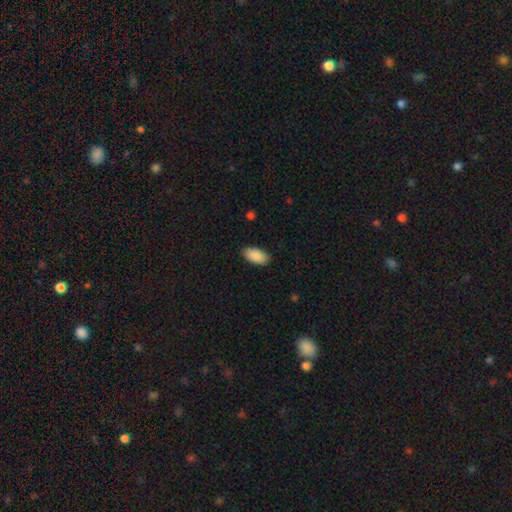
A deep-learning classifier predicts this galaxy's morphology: A smooth galaxy with no disk features (91%) that is in between round and cigar-shaped (95%). Merging: none (88%).